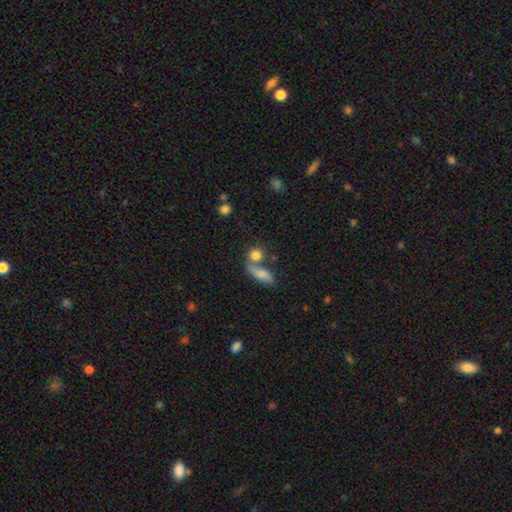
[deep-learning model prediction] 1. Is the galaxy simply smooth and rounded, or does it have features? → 78% smooth, 12% featured or disk, 10% star or artifact.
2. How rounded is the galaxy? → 70% round, 25% in between, 5% cigar-shaped.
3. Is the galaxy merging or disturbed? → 44% none, 40% merger, 10% minor disturbance, 6% major disturbance.